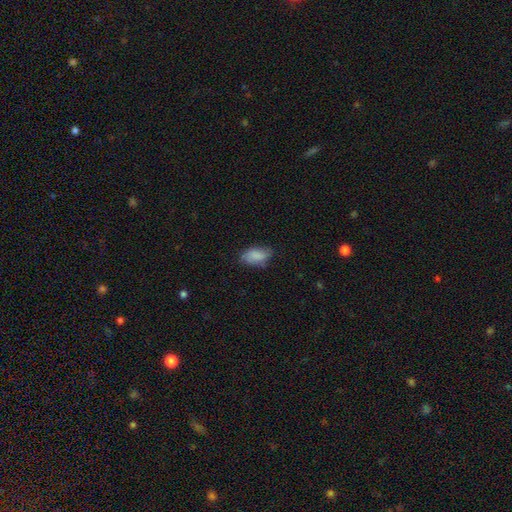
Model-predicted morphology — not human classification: Smooth or featured: smooth — 84% (featured or disk — 8%)
How rounded: in between — 92% (round — 5%)
Merging: none — 67% (minor disturbance — 25%)